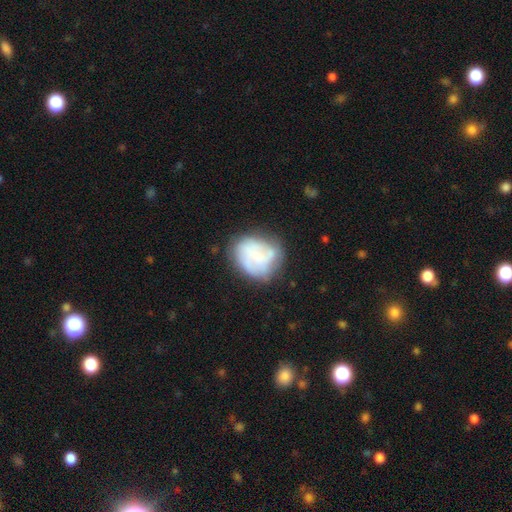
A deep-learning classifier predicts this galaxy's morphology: Smooth or featured? Predicted: featured or disk (p=0.46). Merging? Predicted: none (p=0.52).